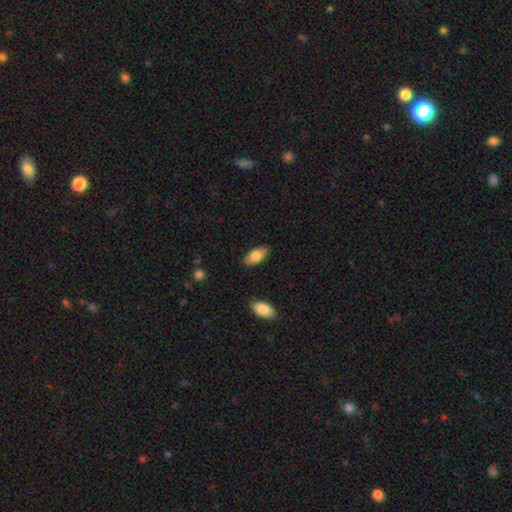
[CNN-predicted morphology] smooth_or_featured: smooth (p=0.81) [alt: featured or disk p=0.13]
how_rounded: in between (p=0.90) [alt: cigar-shaped p=0.07]
merging: none (p=0.86) [alt: minor disturbance p=0.11]